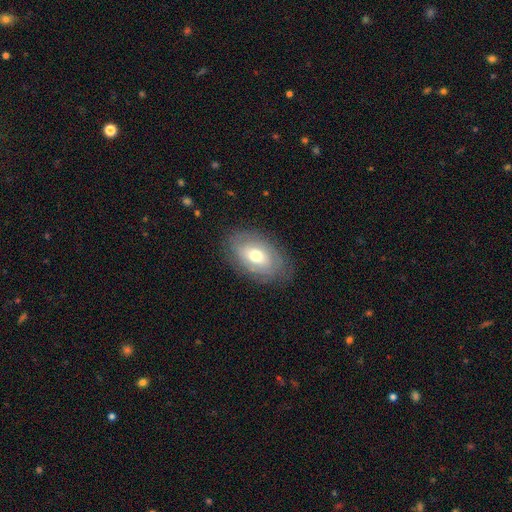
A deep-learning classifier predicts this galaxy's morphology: Overall: smooth (49%; featured or disk 43%). Merging: none (77%).